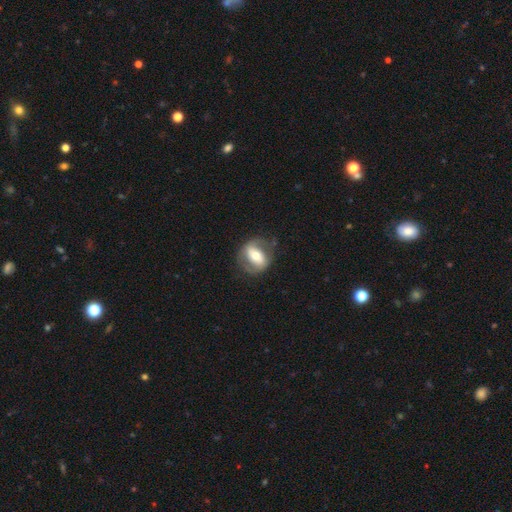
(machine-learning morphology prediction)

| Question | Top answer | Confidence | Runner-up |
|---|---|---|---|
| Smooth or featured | featured or disk | 59% | smooth (35%) |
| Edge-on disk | no | 92% | yes (8%) |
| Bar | strong | 48% | weak (27%) |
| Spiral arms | yes | 55% | no (45%) |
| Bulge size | moderate | 63% | small (21%) |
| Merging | none | 71% | minor disturbance (17%) |